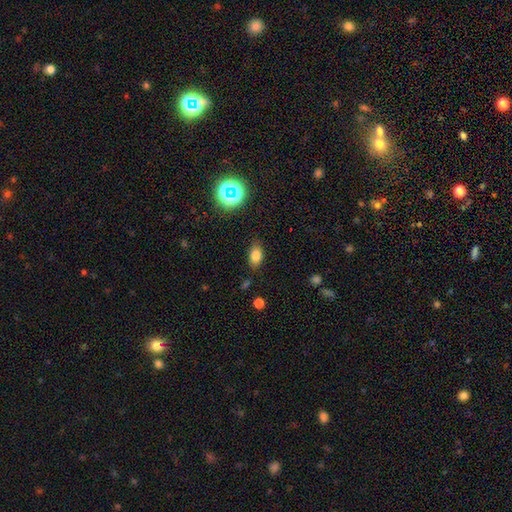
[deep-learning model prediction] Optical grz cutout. It shows a smooth galaxy with no disk features (79%) that is in between round and cigar-shaped (85%). Merging: none (82%).